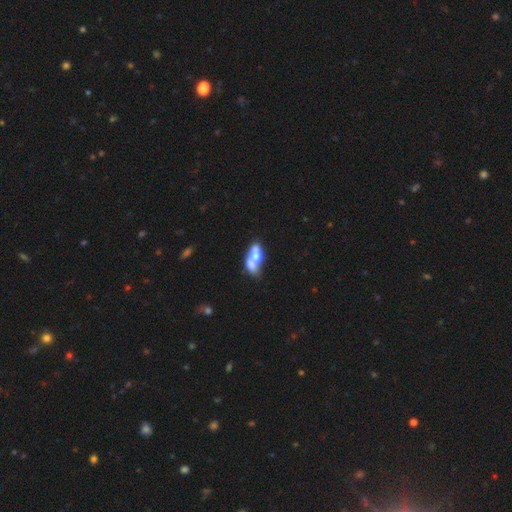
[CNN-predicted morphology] Smooth or featured: smooth — 51% (featured or disk — 42%)
How rounded: in between — 71% (cigar-shaped — 22%)
Merging: merger — 51% (none — 22%)